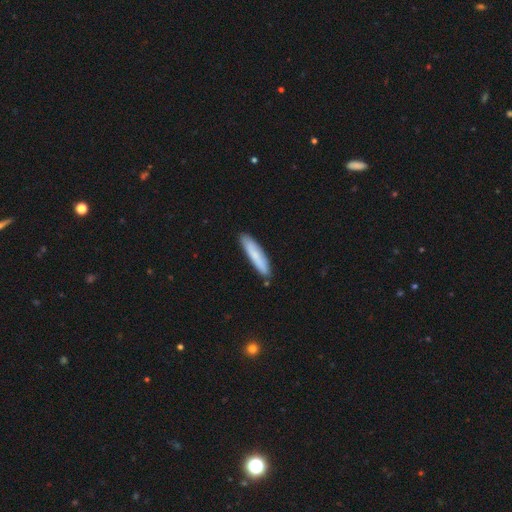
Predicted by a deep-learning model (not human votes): Smooth or featured? Predicted: smooth (p=0.77). How rounded? Predicted: cigar-shaped (p=0.84). Merging? Predicted: none (p=0.86).